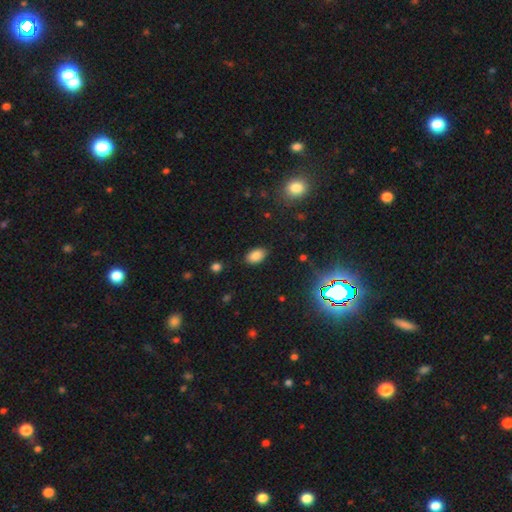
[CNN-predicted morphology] smooth 83%, star or artifact 12%, featured or disk 5%. Down the decision tree: how rounded — in between (89%); merging — none (86%).